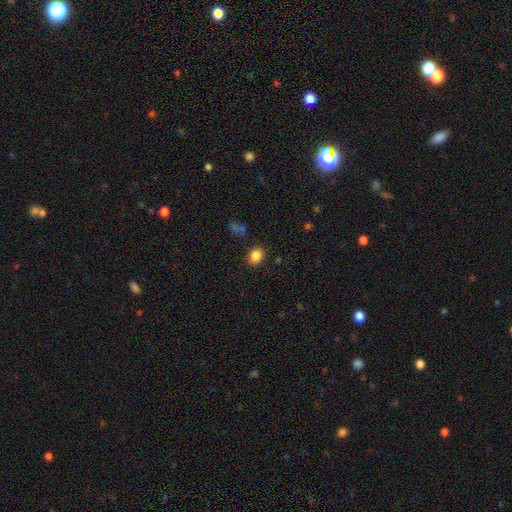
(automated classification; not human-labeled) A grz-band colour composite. It shows a smooth galaxy with no disk features (86%) that is in between round and cigar-shaped (56%). Merging: none (85%).